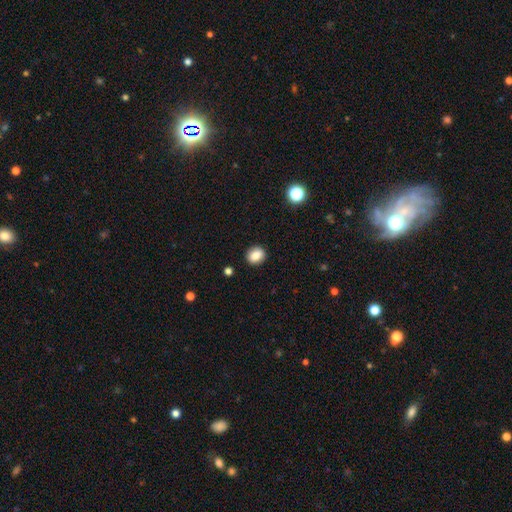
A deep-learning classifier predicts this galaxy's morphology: This appears to be a smooth galaxy with no disk features (84%) that is round (66%). Merging: none (90%).